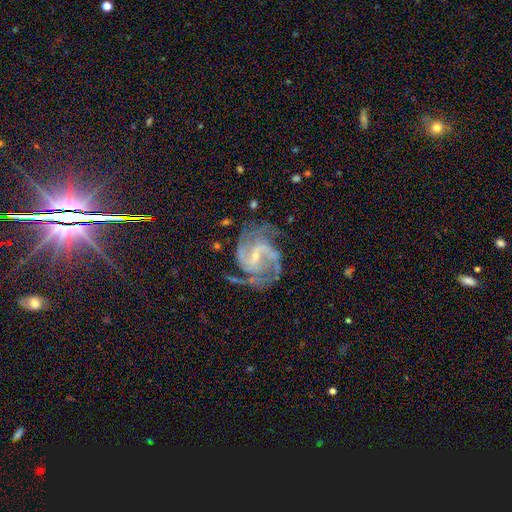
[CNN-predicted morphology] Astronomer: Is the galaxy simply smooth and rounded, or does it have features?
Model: featured or disk — 88%.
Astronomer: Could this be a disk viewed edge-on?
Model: no — 98%.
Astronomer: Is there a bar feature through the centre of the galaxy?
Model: weak — 49% (runner-up: no, 26%).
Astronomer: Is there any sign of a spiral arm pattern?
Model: yes — 98%.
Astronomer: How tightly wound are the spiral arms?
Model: medium — 53% (runner-up: tight, 35%).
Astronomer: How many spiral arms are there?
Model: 2 — 53%.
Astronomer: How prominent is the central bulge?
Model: small — 74%.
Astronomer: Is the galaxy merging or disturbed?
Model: none — 66%.